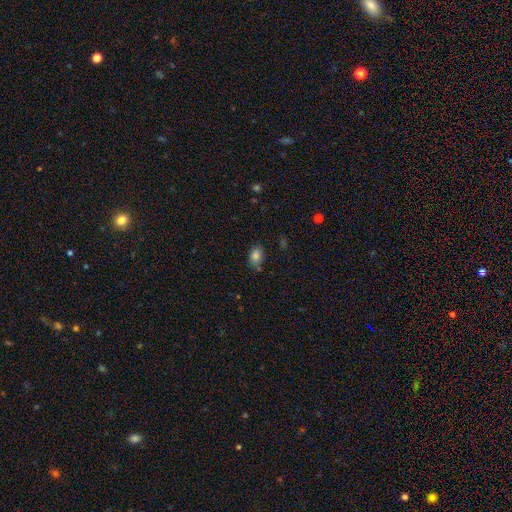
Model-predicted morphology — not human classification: Smooth or featured?
  - smooth: 82% *
  - star or artifact: 10%
  - featured or disk: 7%
How rounded?
  - in between: 78% *
  - round: 21%
  - cigar-shaped: 1%
Merging?
  - none: 73% *
  - minor disturbance: 18%
  - merger: 6%
  - major disturbance: 4%